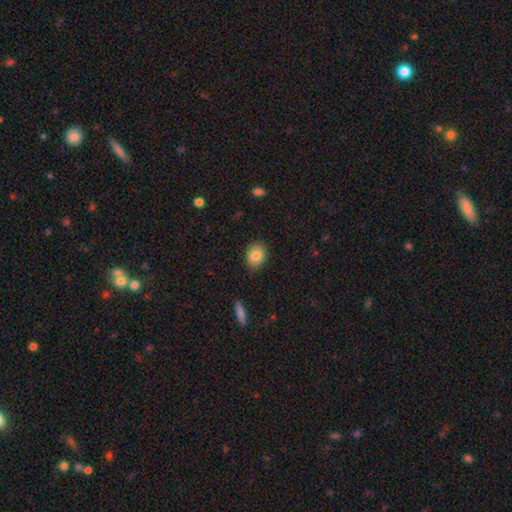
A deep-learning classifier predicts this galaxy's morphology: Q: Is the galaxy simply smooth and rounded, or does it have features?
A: smooth — 83%.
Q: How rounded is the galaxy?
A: in between — 62%.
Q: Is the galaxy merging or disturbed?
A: none — 84%.